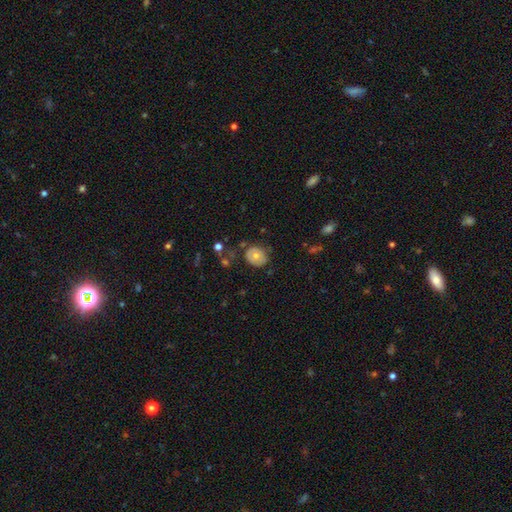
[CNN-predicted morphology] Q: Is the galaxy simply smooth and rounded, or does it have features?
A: smooth — 65%.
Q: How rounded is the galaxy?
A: round — 67%.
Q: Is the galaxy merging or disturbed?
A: none — 68%.